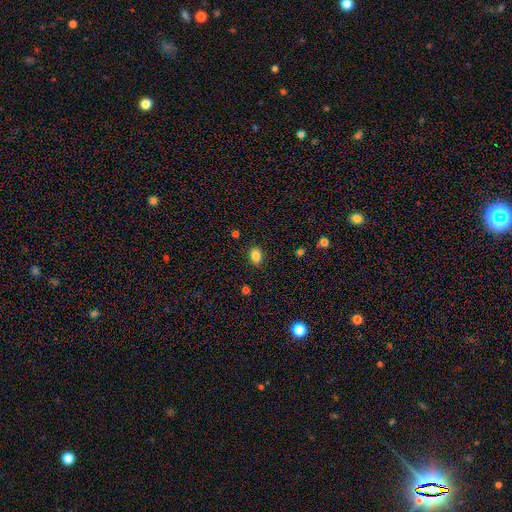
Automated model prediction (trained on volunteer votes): Overall: smooth (86%). How rounded: in between (70%). Merging: none (87%).